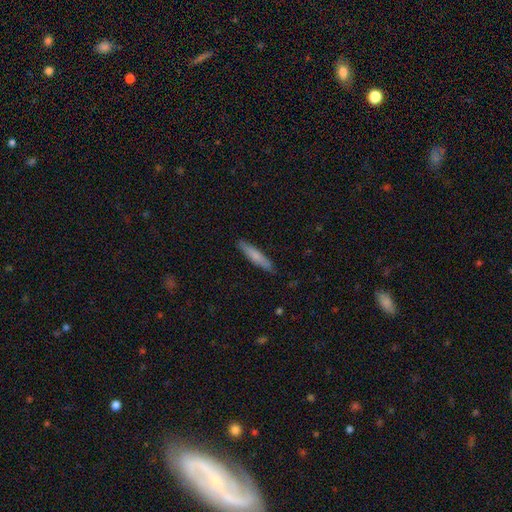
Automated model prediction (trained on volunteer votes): This appears to be a smooth galaxy with no disk features (74%) that is cigar-shaped (89%). Merging: none (89%).